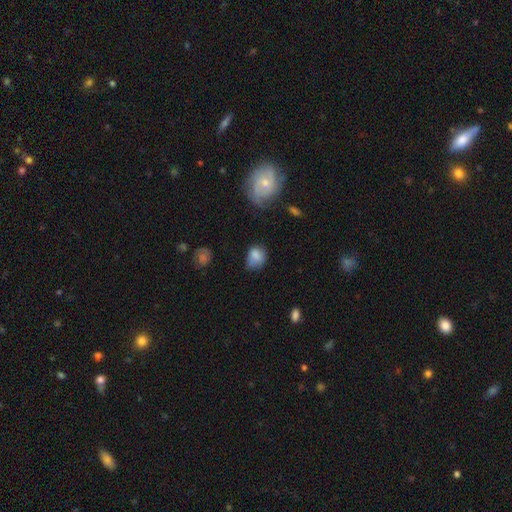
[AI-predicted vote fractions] This appears to be a smooth galaxy with no disk features (79%) that is in between round and cigar-shaped (52%). Merging: none (47%).